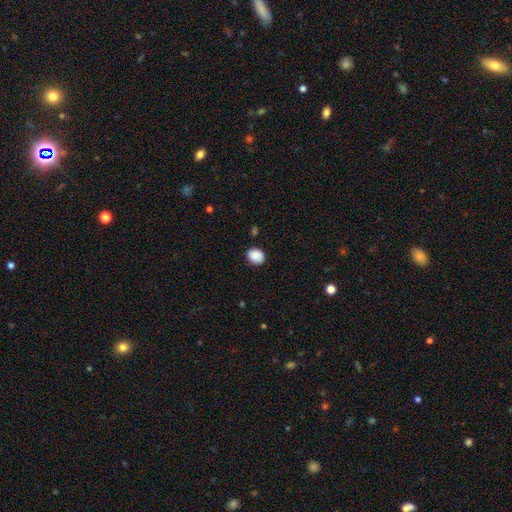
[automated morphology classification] The model was most divided on "how rounded": round: 59%, in between: 41%, cigar-shaped: 1%. More confident: smooth or featured — smooth (88%); merging — none (84%).